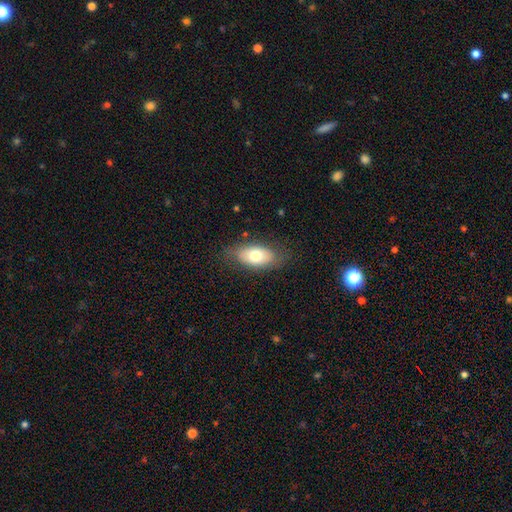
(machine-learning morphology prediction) type=smooth (69%); roundness=in between (91%); merging=none (78%).